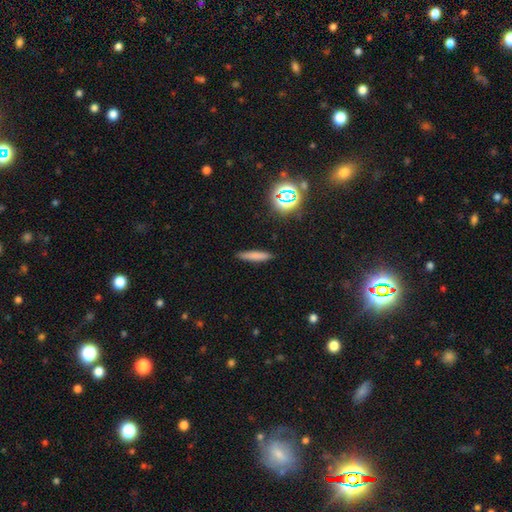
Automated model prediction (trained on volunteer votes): smooth_or_featured: smooth (p=0.75) [alt: featured or disk p=0.13]
how_rounded: cigar-shaped (p=0.89) [alt: in between p=0.10]
merging: none (p=0.89) [alt: minor disturbance p=0.08]